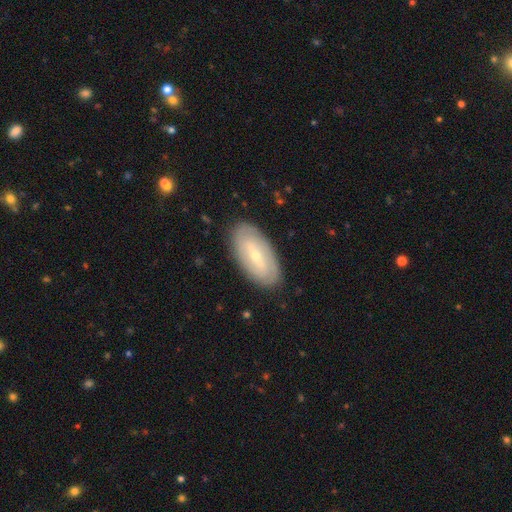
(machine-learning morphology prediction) smooth_or_featured: featured or disk (p=0.62) [alt: smooth p=0.32]
disk_edge_on: no (p=0.88) [alt: yes p=0.12]
bar: weak (p=0.45) [alt: strong p=0.32]
has_spiral_arms: yes (p=0.60) [alt: no p=0.40]
bulge_size: small (p=0.68) [alt: moderate p=0.29]
merging: none (p=0.86) [alt: minor disturbance p=0.10]